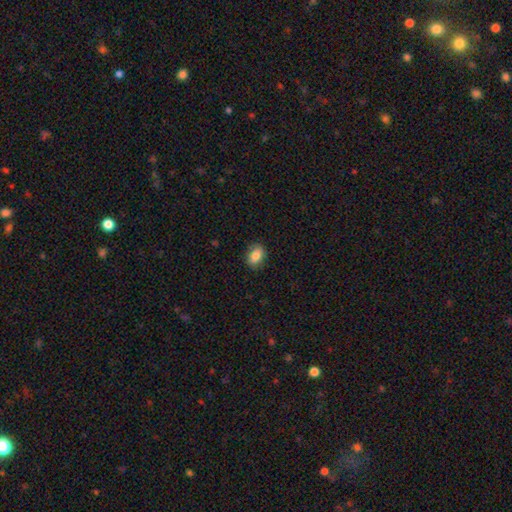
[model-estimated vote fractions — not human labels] smooth 85%, star or artifact 8%, featured or disk 7%. Down the decision tree: how rounded — in between (79%); merging — none (85%).